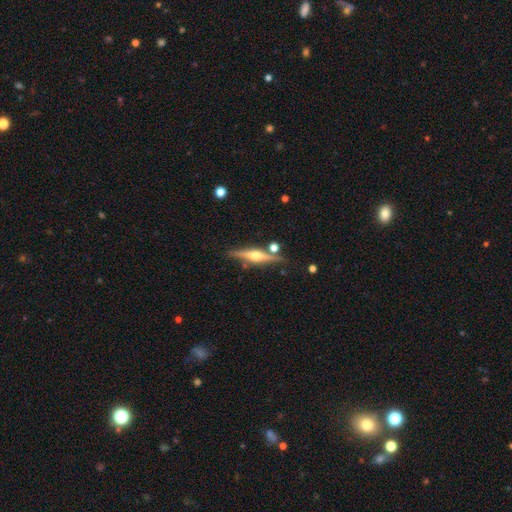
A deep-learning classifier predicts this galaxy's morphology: featured or disk 76%, smooth 18%, star or artifact 7%. Down the decision tree: edge-on disk — yes (97%); edge-on bulge — rounded (93%); merging — none (81%).